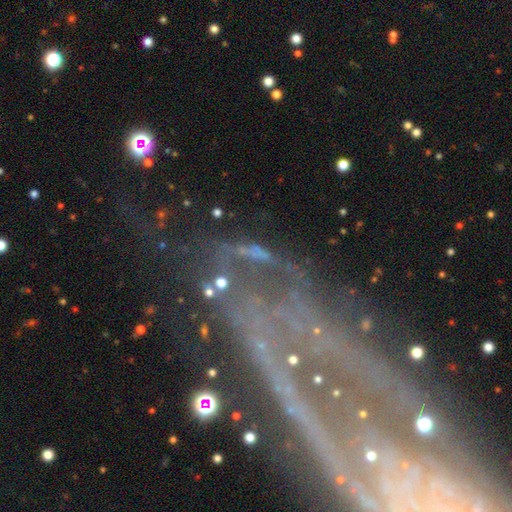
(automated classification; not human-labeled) featured or disk 50%, star or artifact 35%, smooth 15%. Down the decision tree: edge-on disk — no (84%); merging — none (54%).